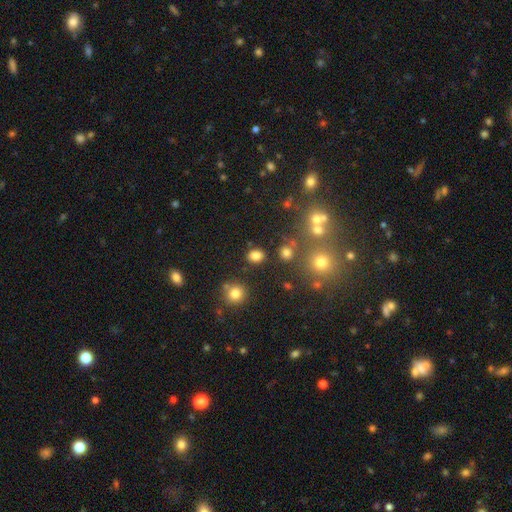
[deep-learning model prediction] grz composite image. It shows a smooth galaxy with no disk features (80%) that is in between round and cigar-shaped (52%). Merging: none (82%).